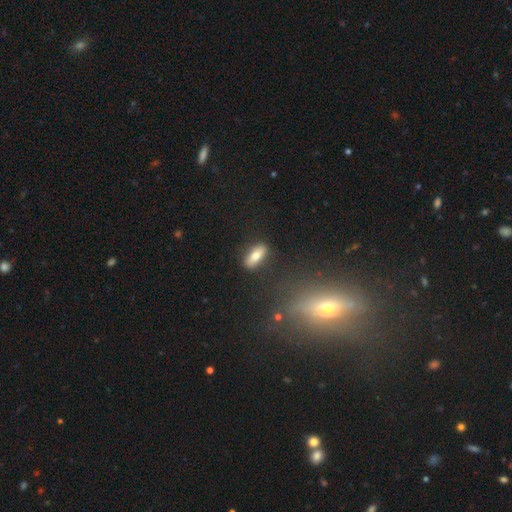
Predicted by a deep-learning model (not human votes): This appears to be a smooth galaxy with no disk features (76%) that is in between round and cigar-shaped (73%). Merging: none (85%).